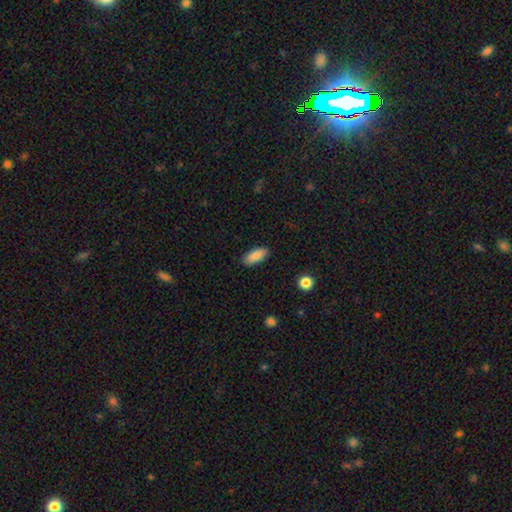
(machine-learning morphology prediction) smooth_or_featured: smooth (p=0.88) [alt: star or artifact p=0.07]
how_rounded: in between (p=0.83) [alt: cigar-shaped p=0.15]
merging: none (p=0.88) [alt: minor disturbance p=0.09]